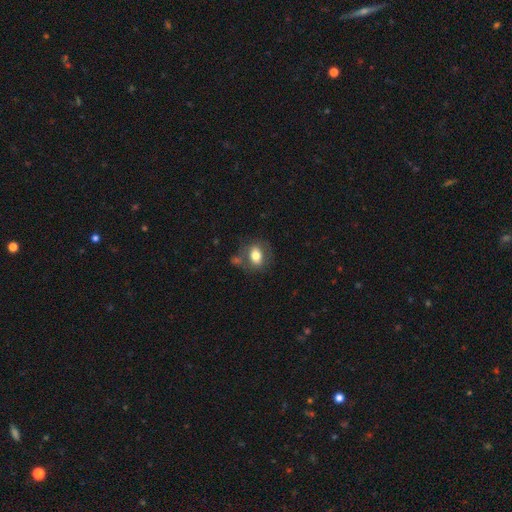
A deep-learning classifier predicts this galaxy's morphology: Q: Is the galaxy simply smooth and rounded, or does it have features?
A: smooth — 72%.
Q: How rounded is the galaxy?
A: in between — 72%.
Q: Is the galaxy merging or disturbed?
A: none — 62%.